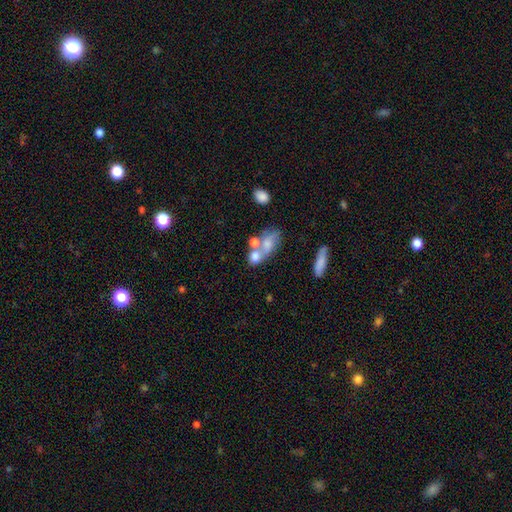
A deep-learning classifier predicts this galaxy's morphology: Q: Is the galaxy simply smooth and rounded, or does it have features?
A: smooth — 64%.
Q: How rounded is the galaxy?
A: in between — 60%.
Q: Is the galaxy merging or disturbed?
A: merger — 54%.